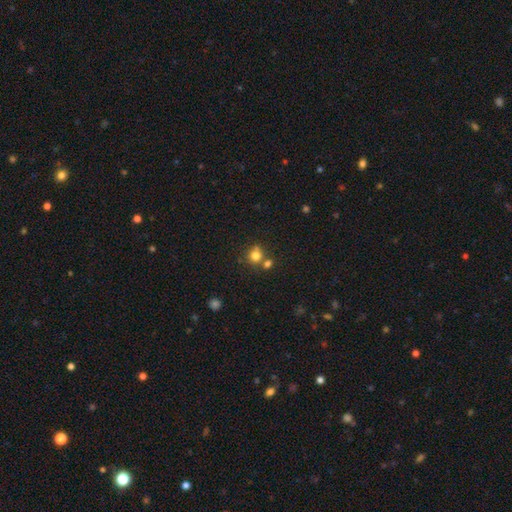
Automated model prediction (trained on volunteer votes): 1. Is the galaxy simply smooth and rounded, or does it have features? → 78% smooth, 14% star or artifact, 9% featured or disk.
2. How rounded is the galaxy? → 85% round, 14% in between, 1% cigar-shaped.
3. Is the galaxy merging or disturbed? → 57% none, 31% merger, 9% minor disturbance, 3% major disturbance.